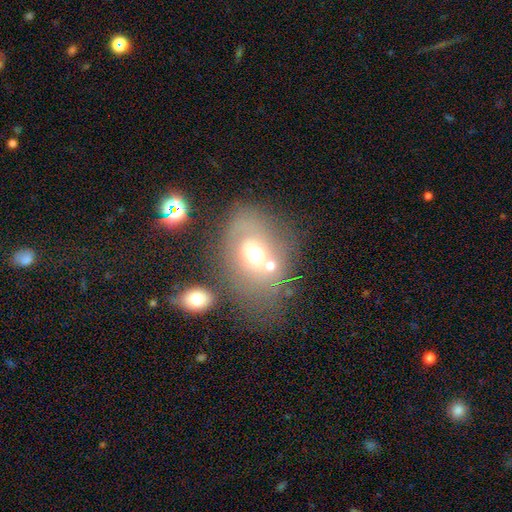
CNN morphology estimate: This appears to be a smooth galaxy with no disk features (50%). Merging: none (42%).